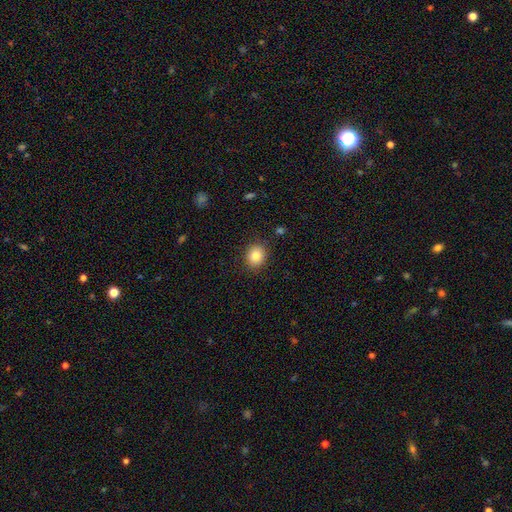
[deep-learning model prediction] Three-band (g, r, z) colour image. It shows a smooth galaxy with no disk features (83%) that is round (73%). Merging: none (88%).